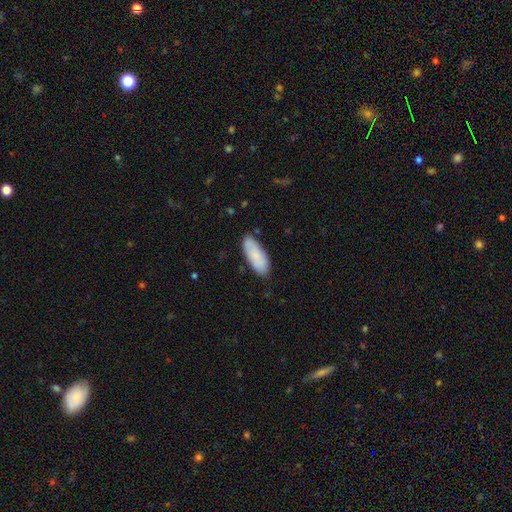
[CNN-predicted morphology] A smooth galaxy with no disk features (81%) that is in between round and cigar-shaped (77%).

Vote fractions:
- Smooth or featured? smooth: 81% / featured or disk: 13% / star or artifact: 6%
- How rounded? in between: 77% / cigar-shaped: 22% / round: 2%
- Merging? none: 81% / minor disturbance: 15% / major disturbance: 2% / merger: 2%